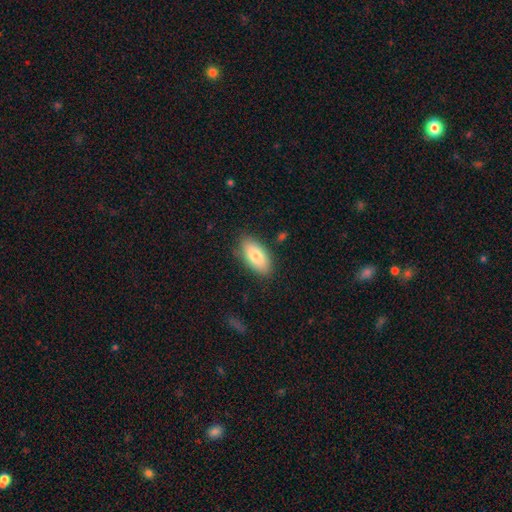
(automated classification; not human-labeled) Smooth or featured? smooth (80%)
How rounded? in between (92%)
Merging? none (84%)